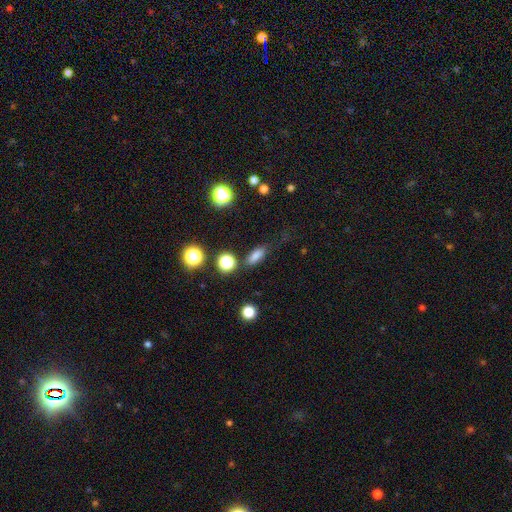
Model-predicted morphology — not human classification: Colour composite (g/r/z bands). It shows a smooth galaxy with no disk features (78%) that is in between round and cigar-shaped (72%). Merging: none (73%).